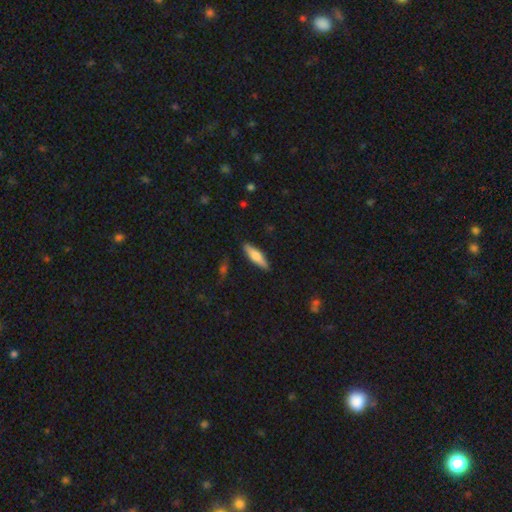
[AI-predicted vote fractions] Morphology: type=smooth (66%); roundness=cigar-shaped (65%); merging=none (88%).